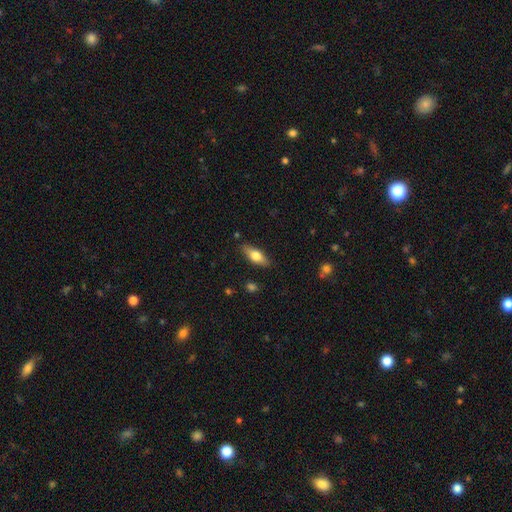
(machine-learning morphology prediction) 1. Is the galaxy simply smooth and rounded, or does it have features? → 67% smooth, 27% featured or disk, 6% star or artifact.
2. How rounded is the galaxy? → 69% in between, 28% cigar-shaped, 3% round.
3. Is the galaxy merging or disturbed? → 85% none, 11% minor disturbance, 2% major disturbance, 1% merger.